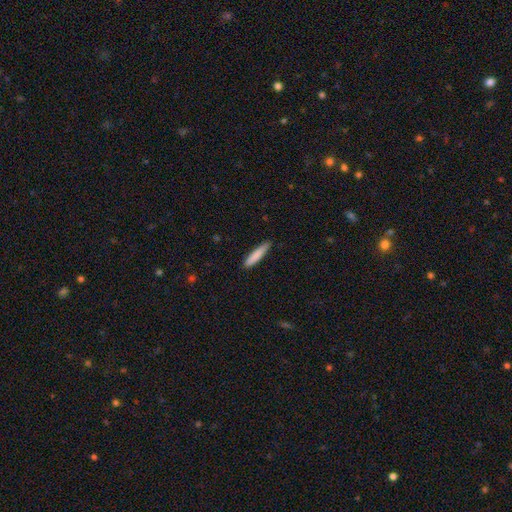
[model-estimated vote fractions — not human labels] smooth-or-featured: smooth: 83% | featured or disk: 12% | star or artifact: 6%
  how-rounded: cigar-shaped: 89% | in between: 9% | round: 1%
  merging: none: 84% | minor disturbance: 12% | major disturbance: 2% | merger: 1%